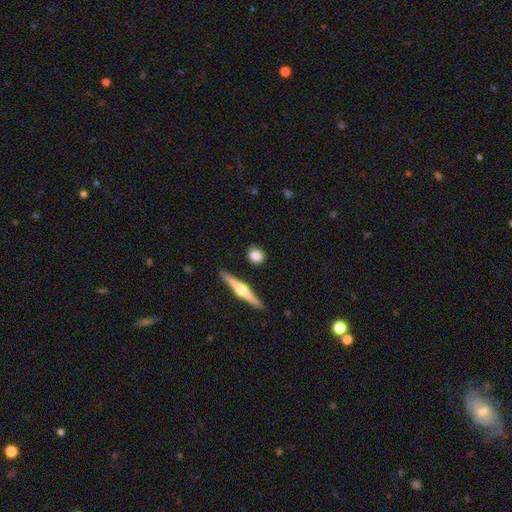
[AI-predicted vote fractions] Morphology: type=smooth (74%); roundness=round (64%); merging=none (85%).